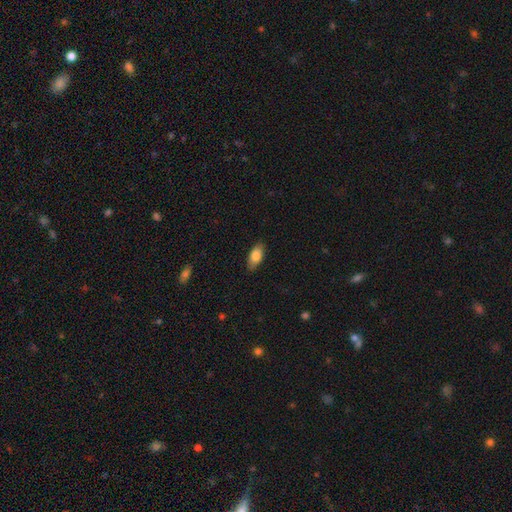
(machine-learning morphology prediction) This appears to be a smooth galaxy with no disk features (82%) that is in between round and cigar-shaped (89%). Merging: none (86%).